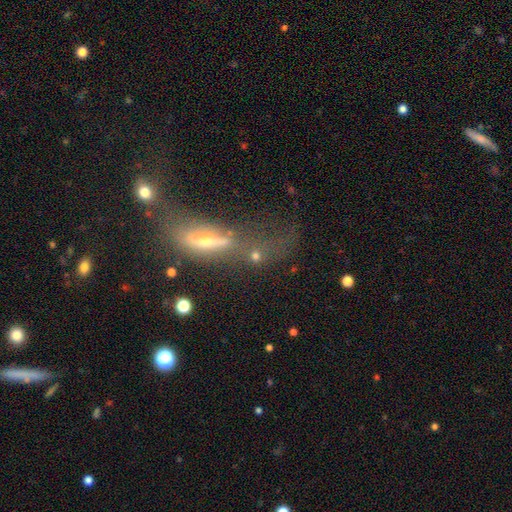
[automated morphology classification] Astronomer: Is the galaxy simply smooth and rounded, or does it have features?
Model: smooth — 44% (runner-up: featured or disk, 38%).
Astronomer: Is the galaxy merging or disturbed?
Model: none — 43% (runner-up: merger, 27%).